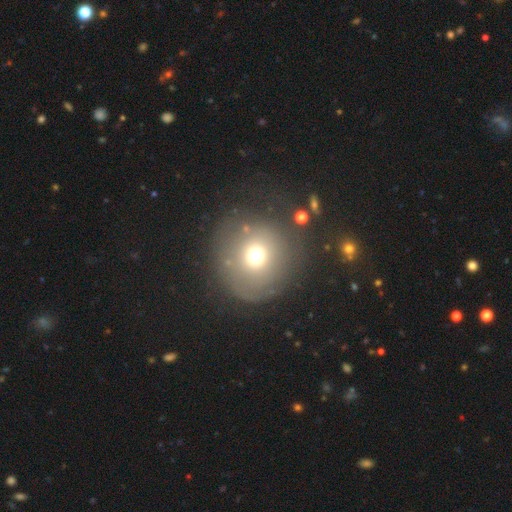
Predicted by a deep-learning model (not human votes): smooth 65%, featured or disk 19%, star or artifact 17%. Down the decision tree: how rounded — round (92%); merging — none (70%).